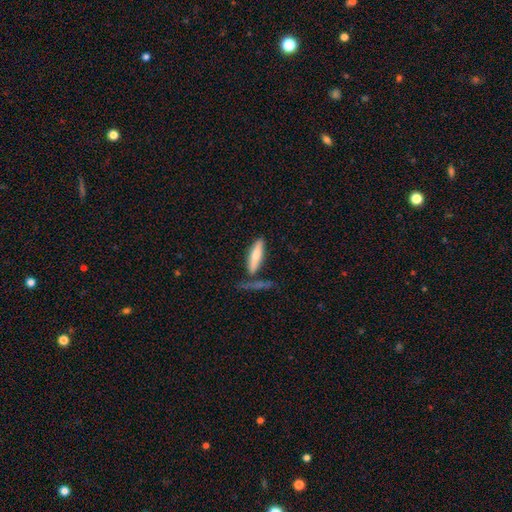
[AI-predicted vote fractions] The model was most divided on "merging": none: 57%, minor disturbance: 20%, merger: 14%, major disturbance: 9%. More confident: smooth or featured — smooth (72%); how rounded — cigar-shaped (71%).